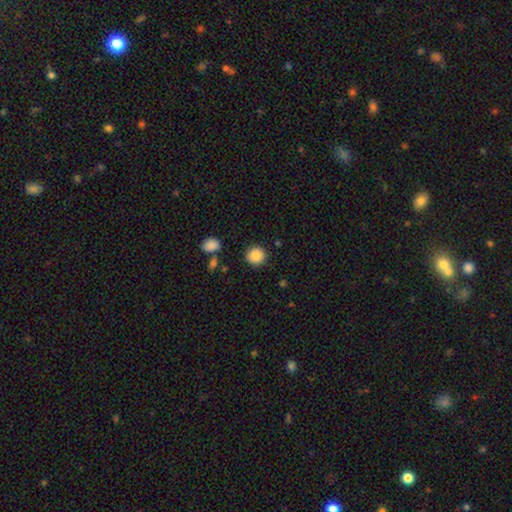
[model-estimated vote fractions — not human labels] Morphology: type=smooth (88%); roundness=round (91%); merging=none (88%).